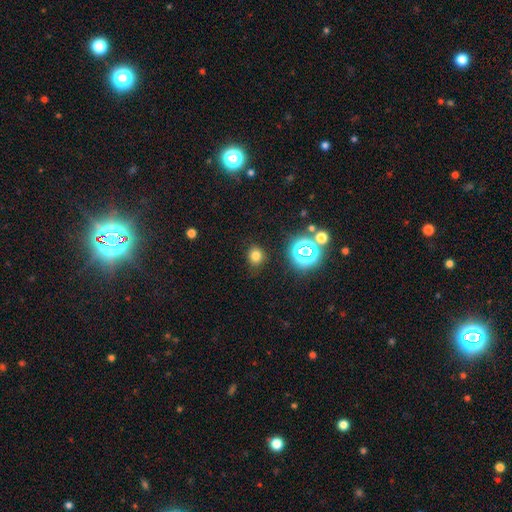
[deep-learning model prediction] A smooth galaxy with no disk features (74%) that is round (71%). Merging: none (84%).